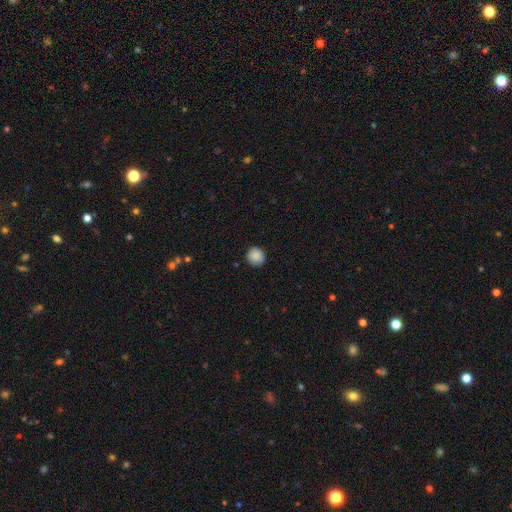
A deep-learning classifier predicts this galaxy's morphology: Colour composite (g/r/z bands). It shows a smooth galaxy with no disk features (88%) that is round (87%). Merging: none (89%).